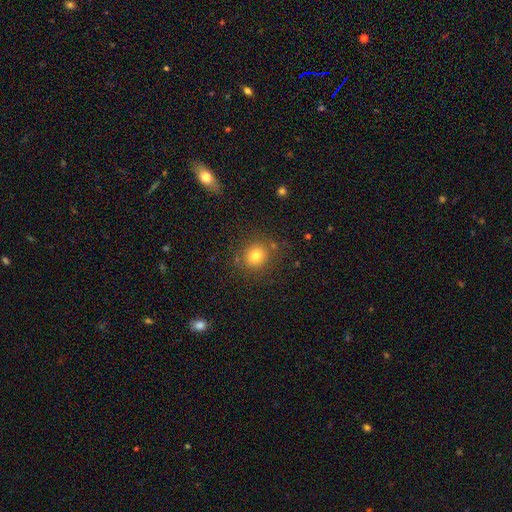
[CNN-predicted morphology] Q: Smooth or featured?
A: smooth (79%); runner-up: star or artifact (13%)
Q: How rounded?
A: round (83%); runner-up: in between (16%)
Q: Merging?
A: none (82%); runner-up: minor disturbance (10%)